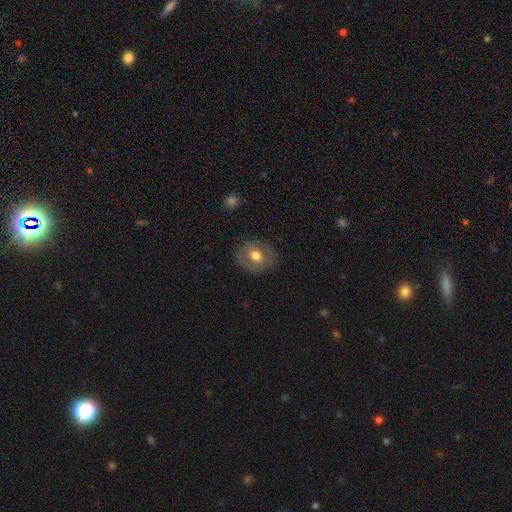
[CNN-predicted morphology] Q: Smooth or featured?
A: smooth (64%); runner-up: featured or disk (28%)
Q: How rounded?
A: round (60%); runner-up: in between (39%)
Q: Merging?
A: none (85%); runner-up: minor disturbance (11%)